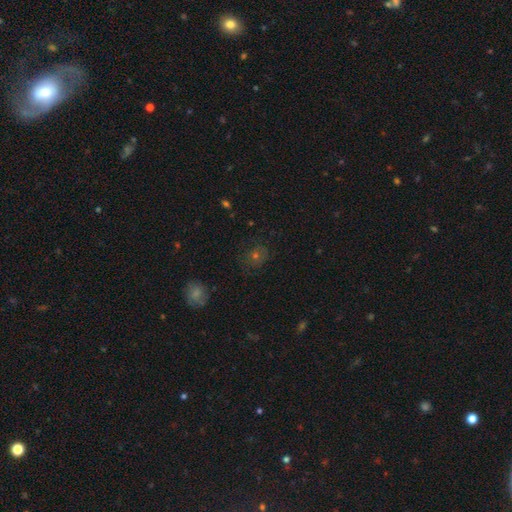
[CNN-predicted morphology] smooth 46%, star or artifact 36%, featured or disk 17%. Down the decision tree: merging — none (82%).